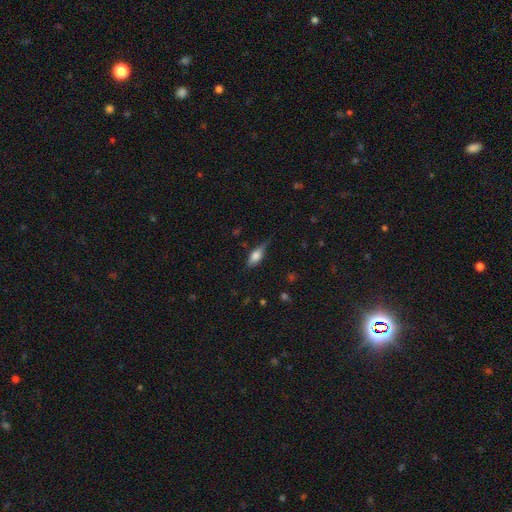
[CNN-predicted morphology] Smooth or featured? smooth (60%)
How rounded? in between (69%)
Merging? none (62%)